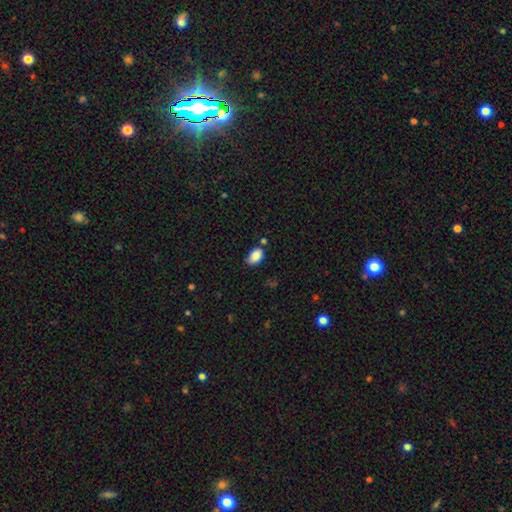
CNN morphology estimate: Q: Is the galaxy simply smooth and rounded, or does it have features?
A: smooth — 87%.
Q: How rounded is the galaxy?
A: in between — 90%.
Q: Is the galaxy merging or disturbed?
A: none — 62%.